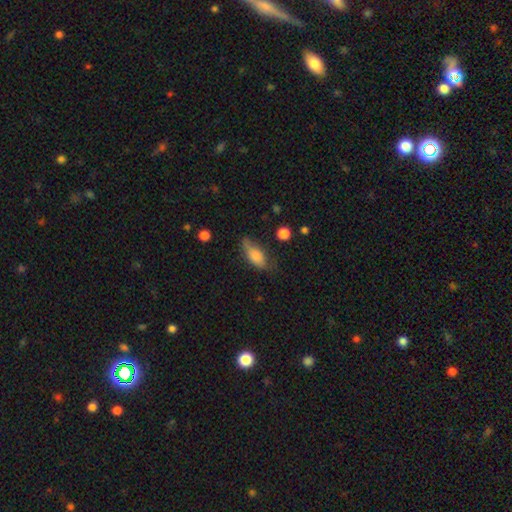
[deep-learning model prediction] This is likely a smooth galaxy (77%). How rounded: clearly in between (80%). Merging: possibly none (52%).